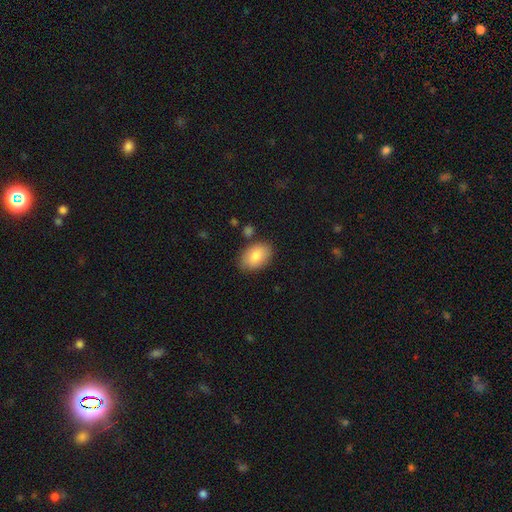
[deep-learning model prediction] Morphology: type=smooth (82%); roundness=in between (88%); merging=none (81%).